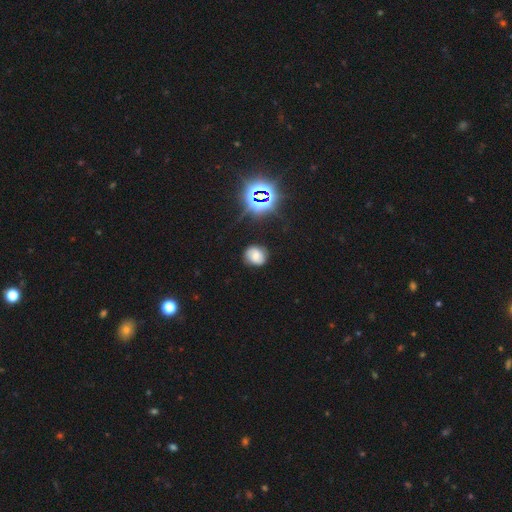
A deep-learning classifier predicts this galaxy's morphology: smooth 57%, featured or disk 24%, star or artifact 19%. Down the decision tree: how rounded — round (70%); merging — none (79%).